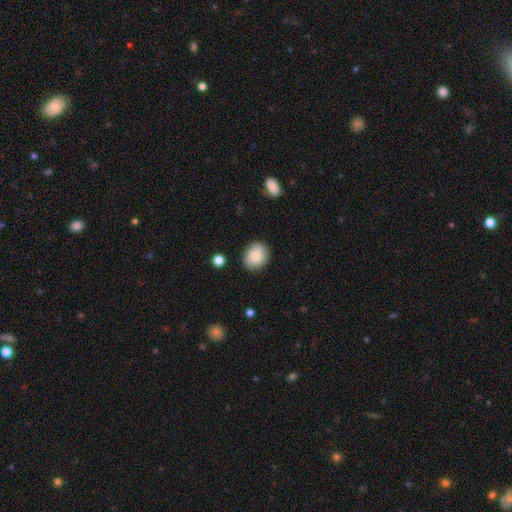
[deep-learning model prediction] A smooth galaxy with no disk features (79%) that is round (53%). Merging: none (80%).